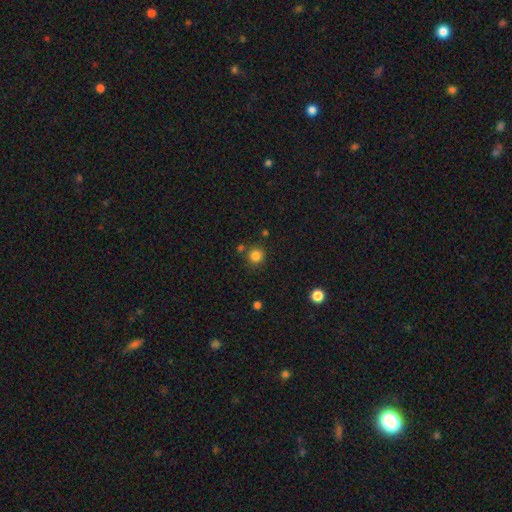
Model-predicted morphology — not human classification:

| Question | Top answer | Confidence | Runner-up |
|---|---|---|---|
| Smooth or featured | smooth | 83% | star or artifact (12%) |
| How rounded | round | 94% | in between (5%) |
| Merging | none | 82% | minor disturbance (8%) |